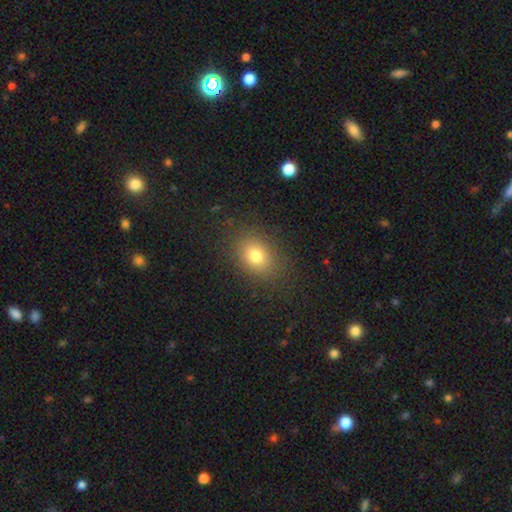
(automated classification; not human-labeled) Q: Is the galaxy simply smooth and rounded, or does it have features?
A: smooth — 78%.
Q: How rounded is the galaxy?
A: in between — 63%.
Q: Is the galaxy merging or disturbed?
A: none — 84%.